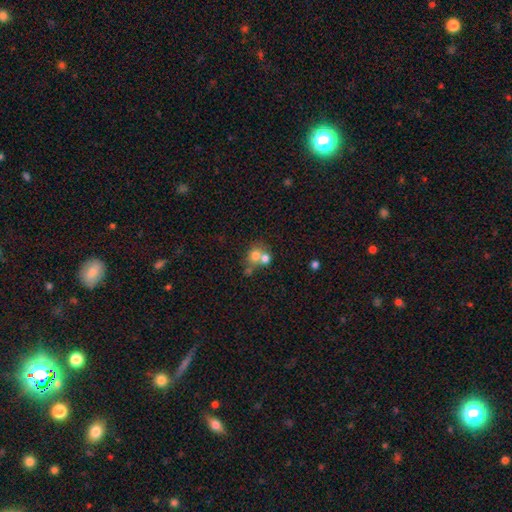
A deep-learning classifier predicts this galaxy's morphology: This is likely a smooth galaxy (69%). How rounded: likely round (74%). Merging: possibly merger (56%).